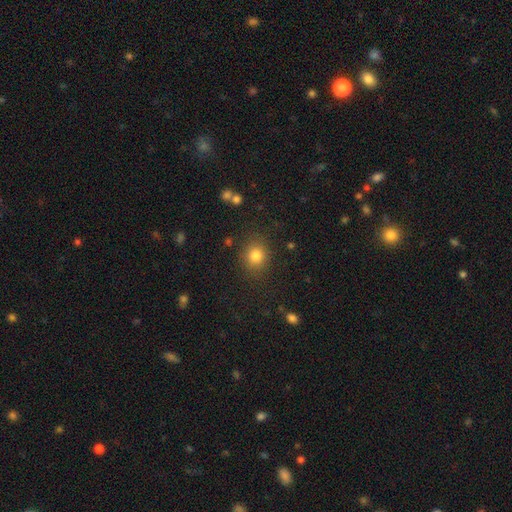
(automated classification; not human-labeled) Smooth or featured? smooth (81%)
How rounded? round (79%)
Merging? none (85%)